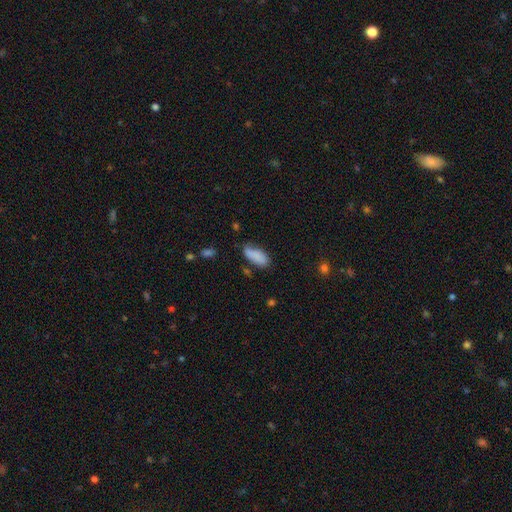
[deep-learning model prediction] smooth_or_featured: smooth (p=0.83) [alt: featured or disk p=0.09]
how_rounded: in between (p=0.85) [alt: cigar-shaped p=0.13]
merging: none (p=0.54) [alt: minor disturbance p=0.30]